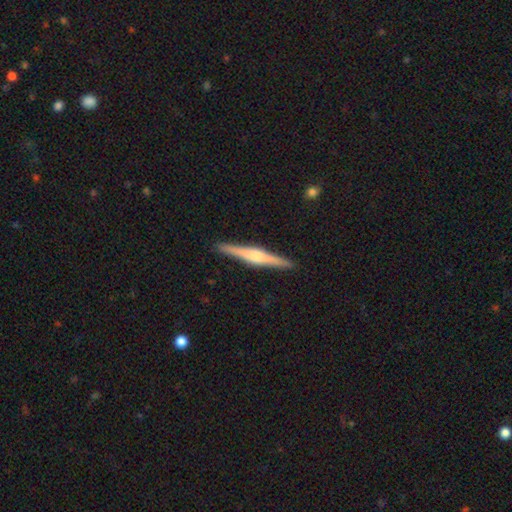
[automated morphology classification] Smooth or featured? Predicted: featured or disk (p=0.73). Edge-on disk? Predicted: yes (p=0.98). Edge-on bulge? Predicted: rounded (p=0.78). Merging? Predicted: none (p=0.92).